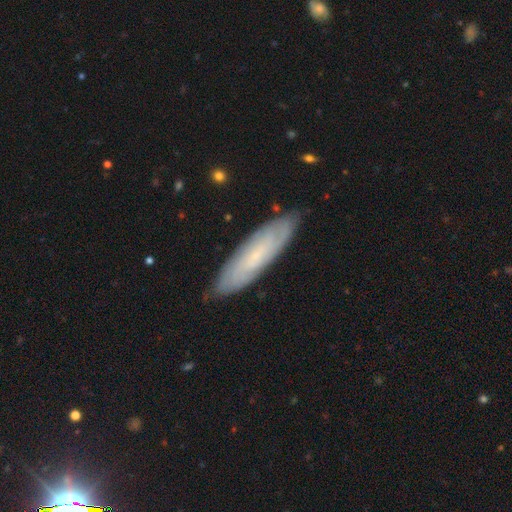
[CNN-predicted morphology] The model was most divided on "smooth or featured": featured or disk: 49%, smooth: 44%, star or artifact: 7%. More confident: merging — none (84%).